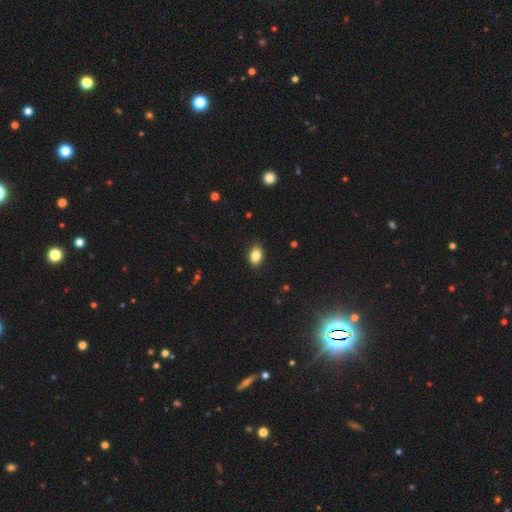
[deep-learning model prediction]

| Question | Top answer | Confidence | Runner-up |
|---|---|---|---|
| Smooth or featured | smooth | 85% | star or artifact (9%) |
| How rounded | in between | 80% | round (18%) |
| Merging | none | 86% | minor disturbance (11%) |